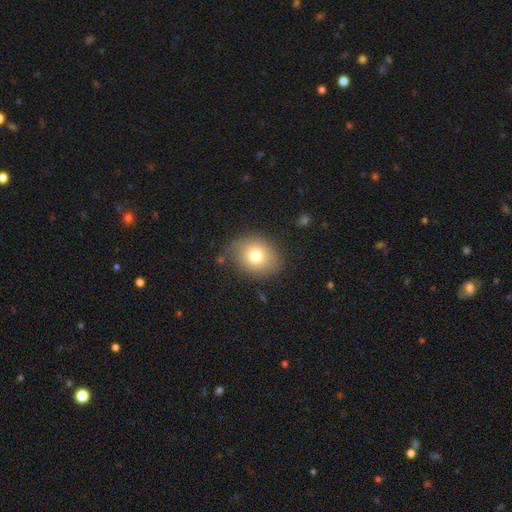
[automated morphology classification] smooth_or_featured: smooth (p=0.76) [alt: featured or disk p=0.12]
how_rounded: round (p=0.52) [alt: in between p=0.47]
merging: none (p=0.82) [alt: minor disturbance p=0.13]